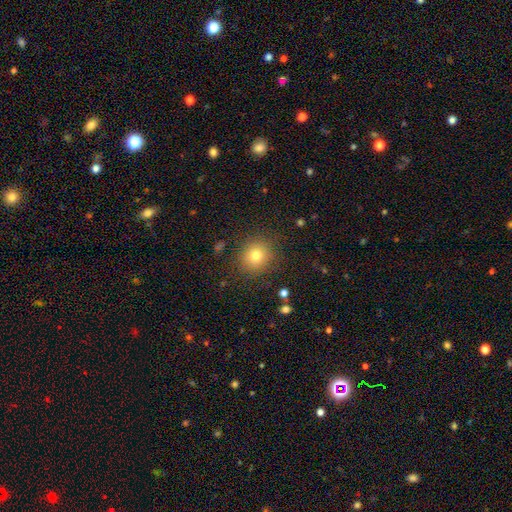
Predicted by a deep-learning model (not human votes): smooth 78%, star or artifact 13%, featured or disk 9%. Down the decision tree: how rounded — round (85%); merging — none (87%).